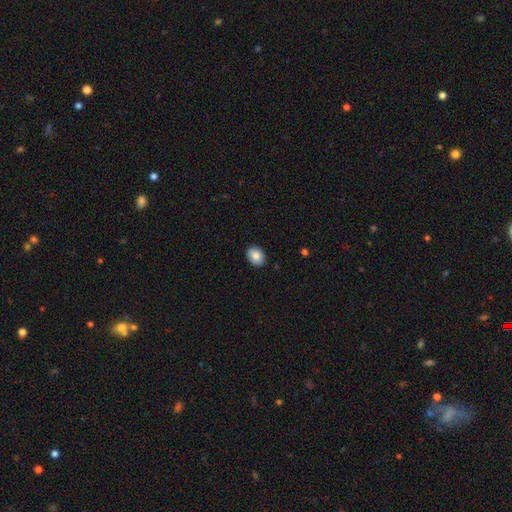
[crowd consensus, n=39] Smooth or featured? smooth (87%)
How rounded? in between (76%)
Merging? none (89%)